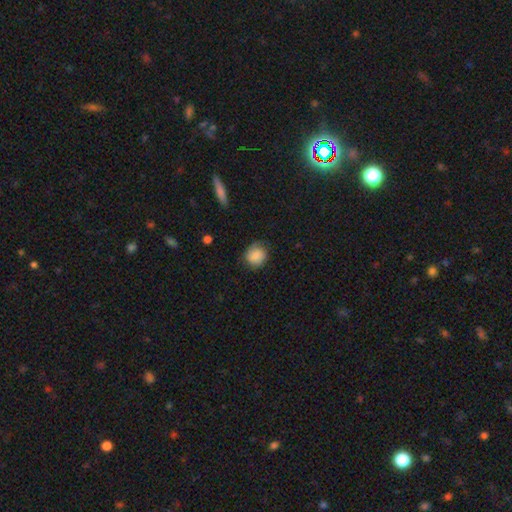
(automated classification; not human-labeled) This appears to be a smooth galaxy with no disk features (82%) that is round (75%). Merging: none (69%).